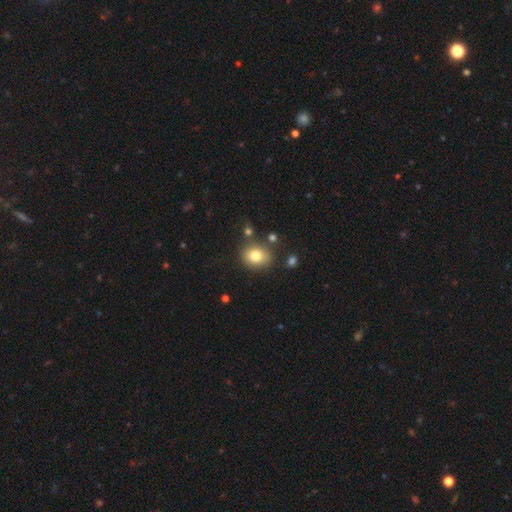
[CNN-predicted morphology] This appears to be a smooth galaxy with no disk features (79%) that is round (60%). Merging: none (80%).